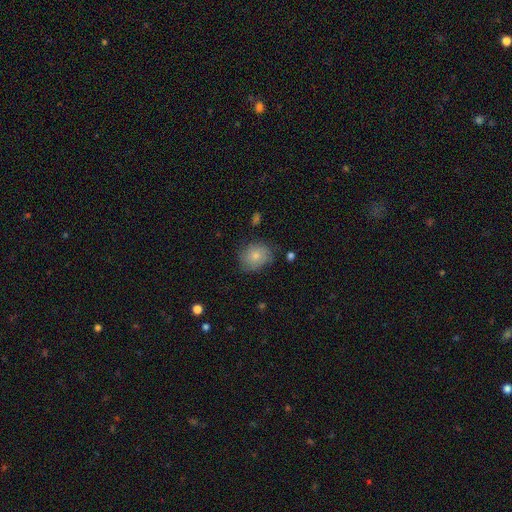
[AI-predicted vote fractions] Smooth or featured? Predicted: smooth (p=0.75). How rounded? Predicted: round (p=0.59). Merging? Predicted: none (p=0.68).